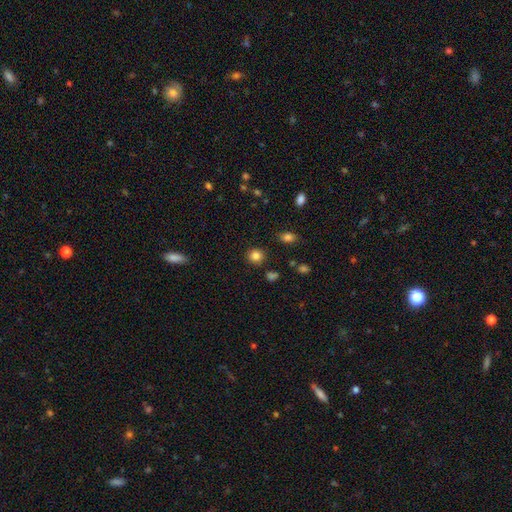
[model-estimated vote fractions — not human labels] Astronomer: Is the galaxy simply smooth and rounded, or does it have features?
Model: smooth — 84%.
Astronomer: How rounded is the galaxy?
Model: round — 87%.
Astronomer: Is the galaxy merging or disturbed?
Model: none — 87%.